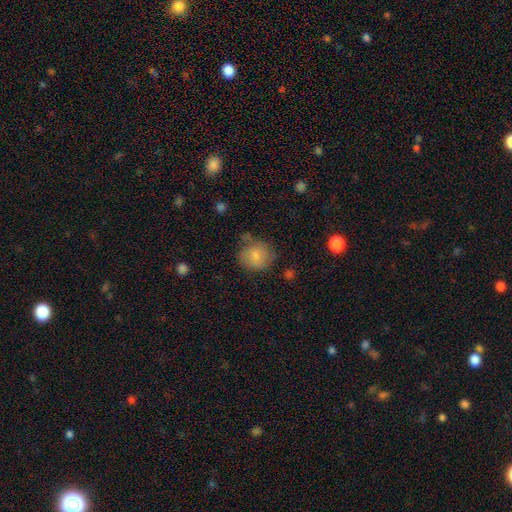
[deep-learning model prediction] smooth 77%, featured or disk 15%, star or artifact 8%. Down the decision tree: how rounded — round (81%); merging — none (55%).